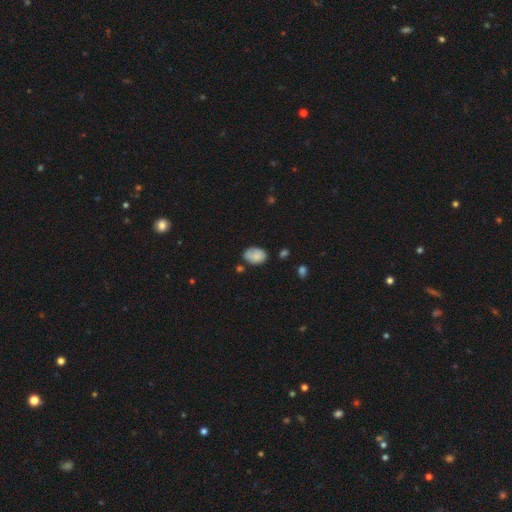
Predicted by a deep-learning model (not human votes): smooth 80%, featured or disk 12%, star or artifact 8%. Down the decision tree: how rounded — in between (81%); merging — none (61%).